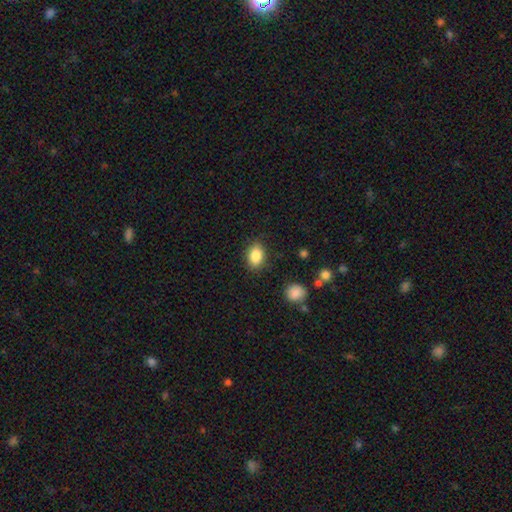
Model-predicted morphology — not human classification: This is clearly a smooth galaxy (87%). How rounded: likely in between (78%). Merging: clearly none (84%).